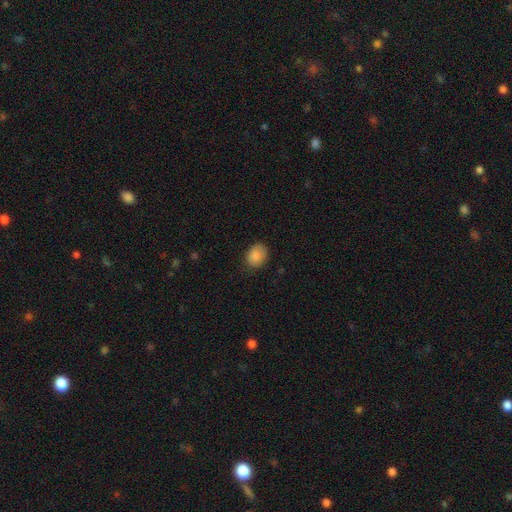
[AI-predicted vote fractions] Morphology: type=smooth (86%); roundness=in between (54%); merging=none (78%).